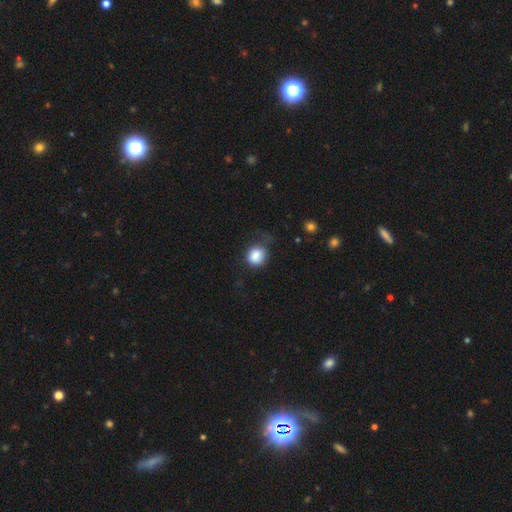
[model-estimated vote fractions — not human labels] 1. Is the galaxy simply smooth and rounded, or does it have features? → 85% smooth, 9% star or artifact, 6% featured or disk.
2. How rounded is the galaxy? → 76% round, 23% in between, 1% cigar-shaped.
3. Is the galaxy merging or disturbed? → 50% none, 31% minor disturbance, 17% major disturbance, 3% merger.